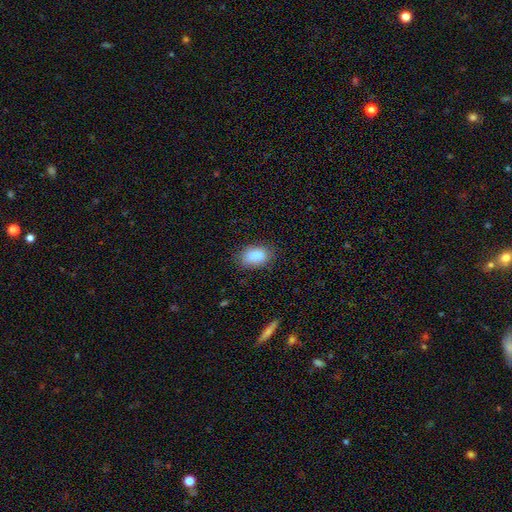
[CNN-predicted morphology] smooth 87%, star or artifact 8%, featured or disk 5%. Down the decision tree: how rounded — in between (88%); merging — none (78%).